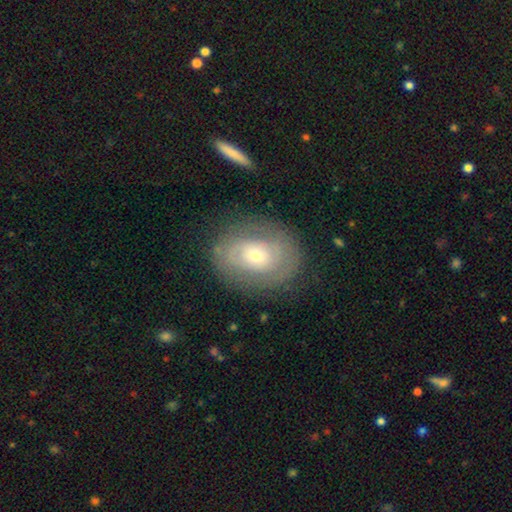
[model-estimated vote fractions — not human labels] Overall: featured or disk (59%; smooth 34%). Edge-on disk: no (94%). Bar: no (80%). Spiral arms: yes (58%; no 42%). Bulge size: small (53%; moderate 41%). Merging: none (79%).